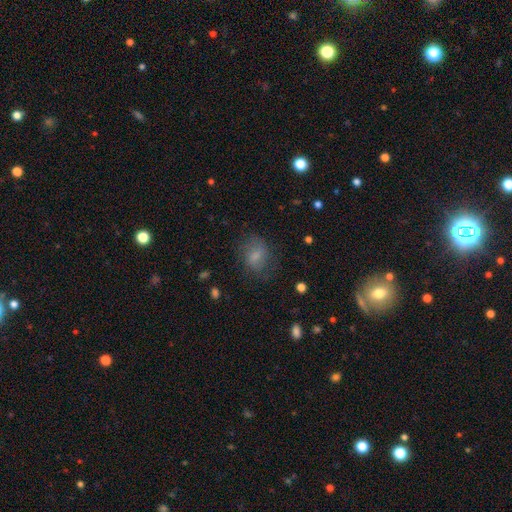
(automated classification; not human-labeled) smooth 68%, featured or disk 22%, star or artifact 11%. Down the decision tree: how rounded — in between (56%); merging — none (65%).